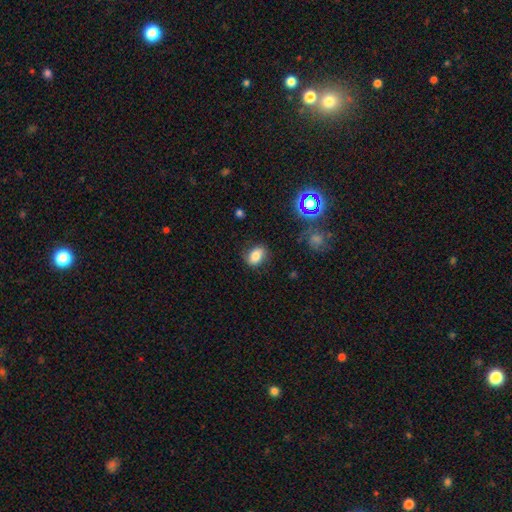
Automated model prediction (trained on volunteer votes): Overall: smooth (75%). How rounded: in between (73%). Merging: none (74%).